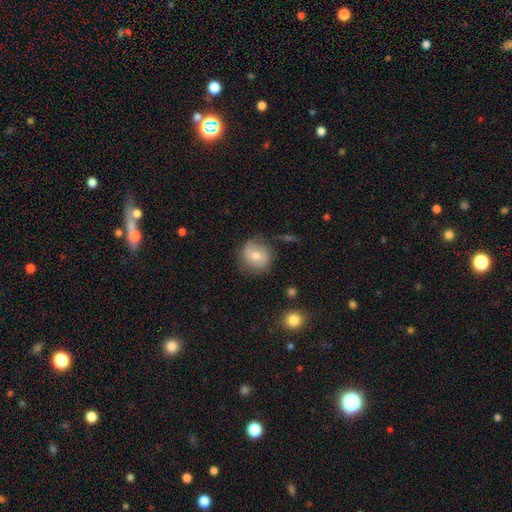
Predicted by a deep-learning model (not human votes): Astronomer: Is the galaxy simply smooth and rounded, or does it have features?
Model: smooth — 54% (runner-up: featured or disk, 37%).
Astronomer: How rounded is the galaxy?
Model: round — 83%.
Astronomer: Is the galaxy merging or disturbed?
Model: none — 73%.